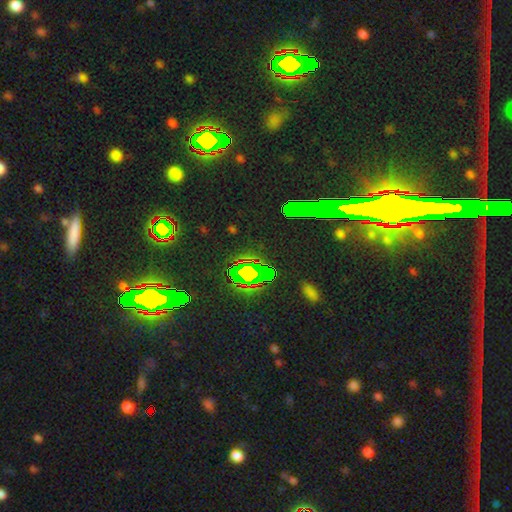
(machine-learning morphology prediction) Smooth or featured: star or artifact — 82% (smooth — 9%)